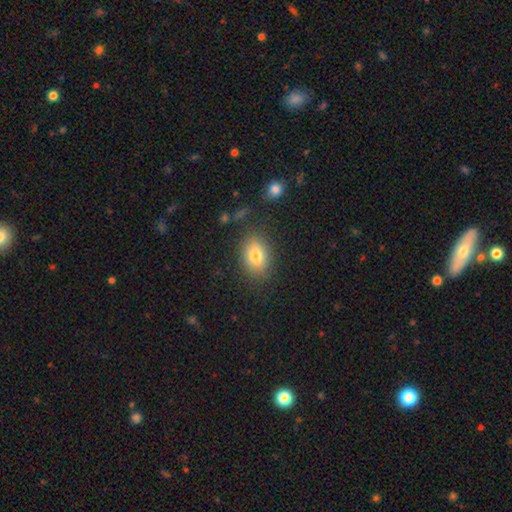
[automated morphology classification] Smooth or featured: smooth — 77% (featured or disk — 13%)
How rounded: in between — 76% (round — 22%)
Merging: none — 82% (minor disturbance — 12%)